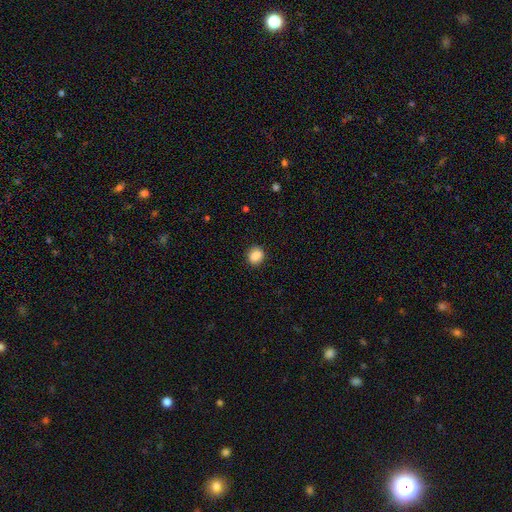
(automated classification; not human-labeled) Morphology: type=smooth (87%); roundness=round (64%); merging=none (88%).